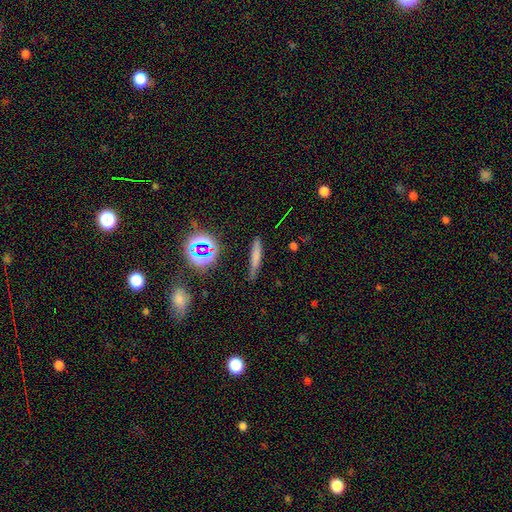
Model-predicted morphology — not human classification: Smooth or featured?
  - smooth: 64% *
  - featured or disk: 19%
  - star or artifact: 18%
How rounded?
  - cigar-shaped: 90% *
  - in between: 8%
  - round: 3%
Merging?
  - none: 77% *
  - minor disturbance: 17%
  - major disturbance: 4%
  - merger: 3%